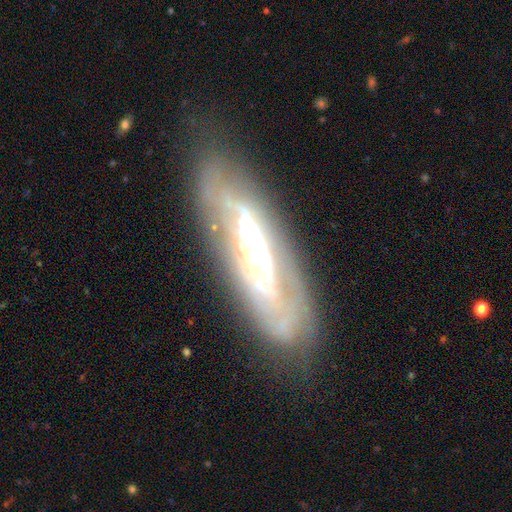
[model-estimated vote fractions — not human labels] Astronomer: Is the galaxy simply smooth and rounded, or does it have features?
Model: featured or disk — 78%.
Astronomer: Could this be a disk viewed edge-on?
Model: no — 77%.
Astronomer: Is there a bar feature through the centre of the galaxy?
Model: no — 70%.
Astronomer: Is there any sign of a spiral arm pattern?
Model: yes — 63%.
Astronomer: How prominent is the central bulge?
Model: small — 51% (runner-up: moderate, 40%).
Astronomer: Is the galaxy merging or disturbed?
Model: none — 68%.